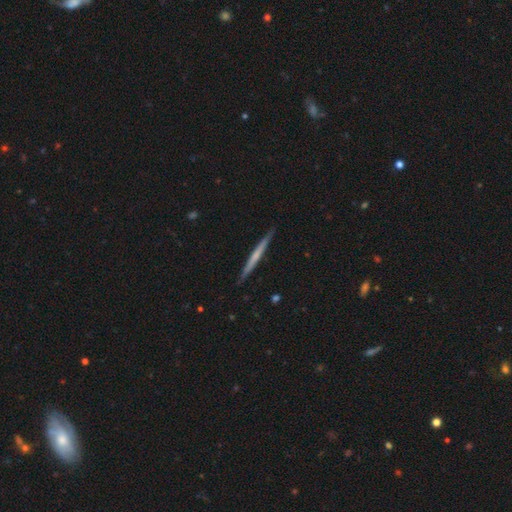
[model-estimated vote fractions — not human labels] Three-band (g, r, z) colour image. It shows a featured or disk galaxy (53%) viewed edge-on (98%) with no central bulge (77%). Merging: none (91%).